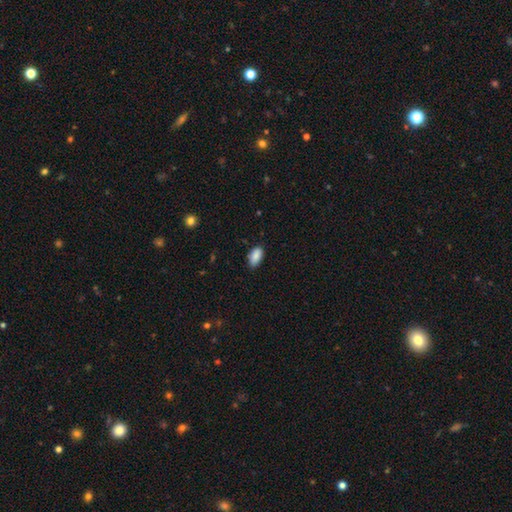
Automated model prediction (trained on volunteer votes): smooth_or_featured: smooth (p=0.89) [alt: star or artifact p=0.07]
how_rounded: in between (p=0.93) [alt: cigar-shaped p=0.04]
merging: none (p=0.80) [alt: minor disturbance p=0.16]